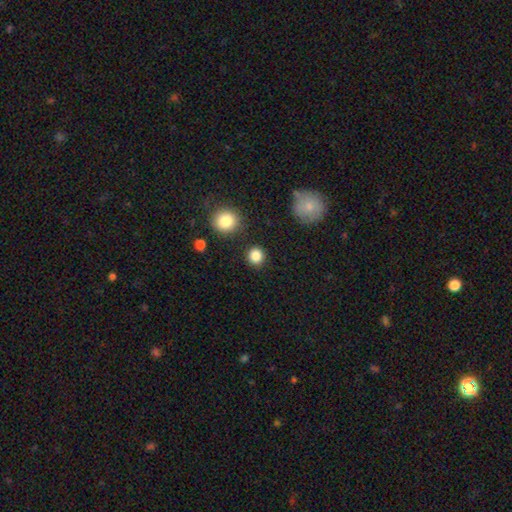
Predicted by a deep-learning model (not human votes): Smooth or featured? Predicted: smooth (p=0.85). How rounded? Predicted: round (p=0.91). Merging? Predicted: none (p=0.89).